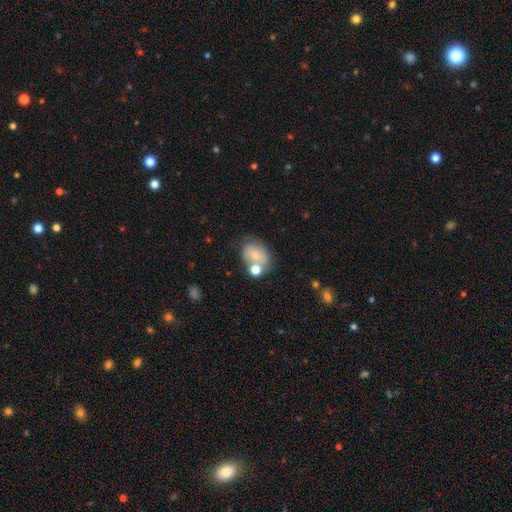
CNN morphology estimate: A smooth galaxy with no disk features (63%) that is in between round and cigar-shaped (60%).

Vote fractions:
- Smooth or featured? smooth: 63% / featured or disk: 27% / star or artifact: 10%
- How rounded? in between: 60% / round: 39% / cigar-shaped: 1%
- Merging? none: 46% / merger: 24% / minor disturbance: 21% / major disturbance: 9%